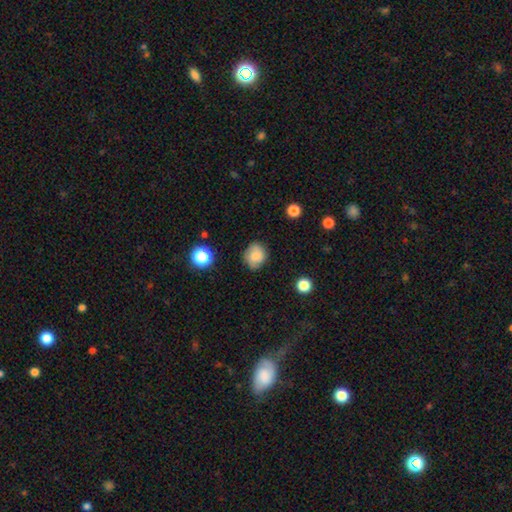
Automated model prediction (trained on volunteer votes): Smooth or featured?
  - smooth: 71% *
  - featured or disk: 19%
  - star or artifact: 10%
How rounded?
  - round: 71% *
  - in between: 28%
  - cigar-shaped: 1%
Merging?
  - none: 77% *
  - minor disturbance: 17%
  - major disturbance: 4%
  - merger: 2%